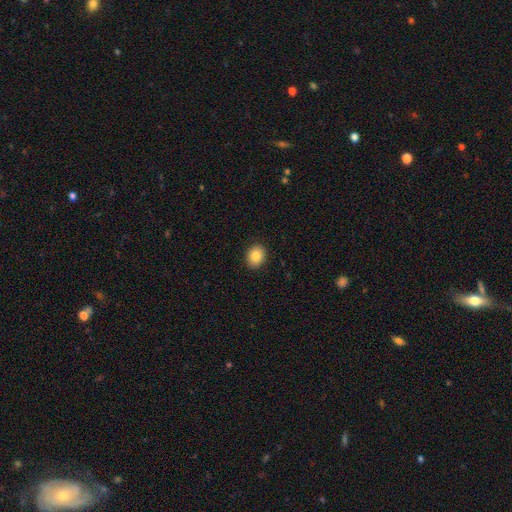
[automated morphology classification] A smooth galaxy with no disk features (85%) that is in between round and cigar-shaped (50%). Merging: none (91%).